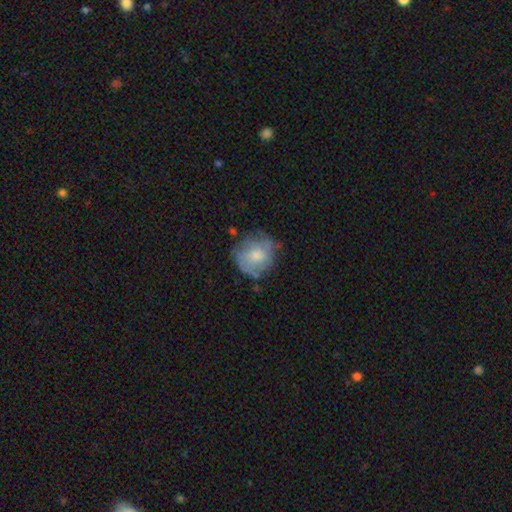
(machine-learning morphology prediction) This is possibly a smooth galaxy (52%). How rounded: clearly round (83%). Merging: likely none (62%).